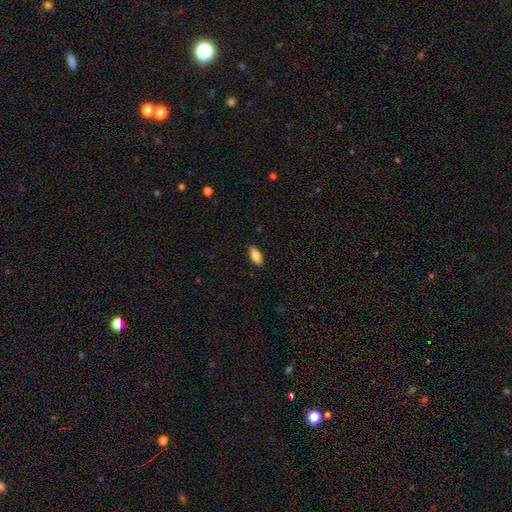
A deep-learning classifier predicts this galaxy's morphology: type=smooth (82%); roundness=in between (83%); merging=none (88%).